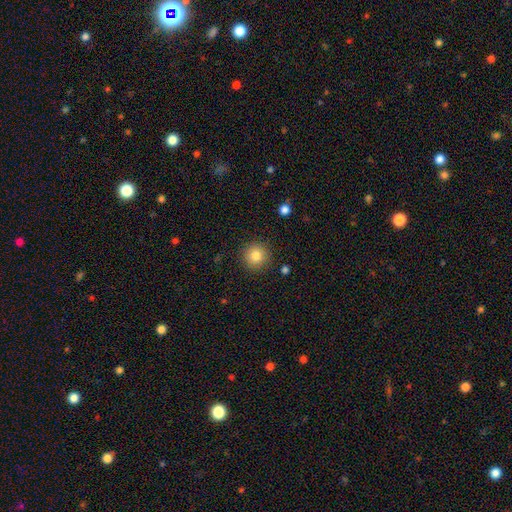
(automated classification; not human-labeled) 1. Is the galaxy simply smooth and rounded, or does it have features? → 82% smooth, 11% star or artifact, 7% featured or disk.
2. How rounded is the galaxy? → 95% round, 5% in between, 1% cigar-shaped.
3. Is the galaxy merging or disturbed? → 90% none, 6% minor disturbance, 2% major disturbance, 1% merger.